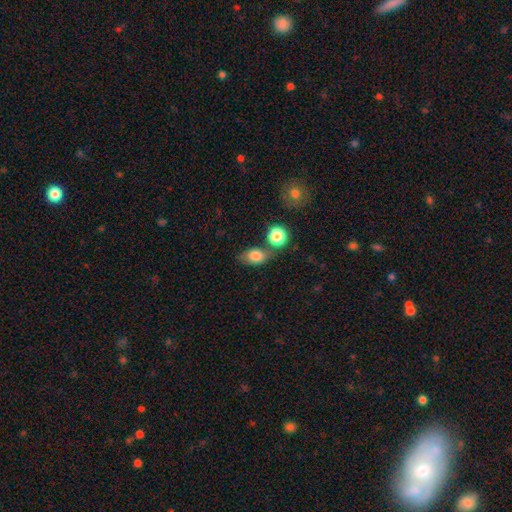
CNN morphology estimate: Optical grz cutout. It shows a smooth galaxy with no disk features (81%) that is in between round and cigar-shaped (79%). Merging: none (59%).